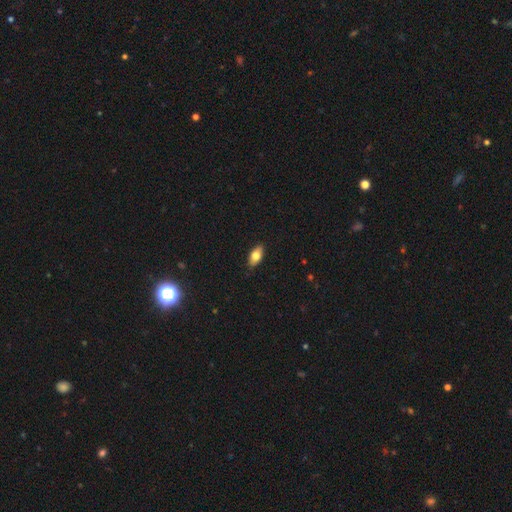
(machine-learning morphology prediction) Q: Smooth or featured?
A: smooth (77%); runner-up: featured or disk (17%)
Q: How rounded?
A: in between (88%); runner-up: cigar-shaped (9%)
Q: Merging?
A: none (87%); runner-up: minor disturbance (10%)